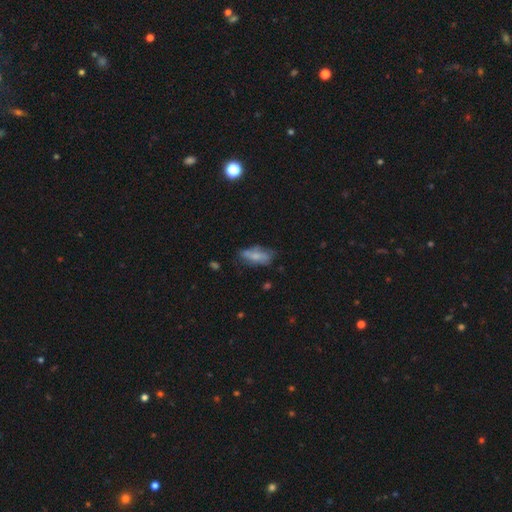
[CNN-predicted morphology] A smooth galaxy with no disk features (64%) that is in between round and cigar-shaped (76%). Merging: none (55%).